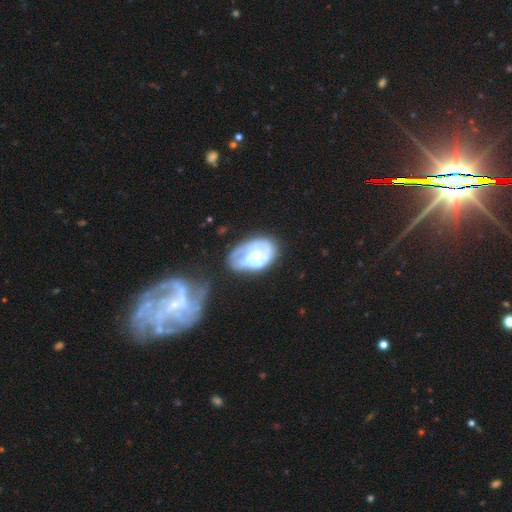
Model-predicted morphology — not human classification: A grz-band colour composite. It shows a featured or disk galaxy (69%) with no bar (70%), tight (56%) spiral arms (75%) and a small central bulge (41%). Merging: none (42%).